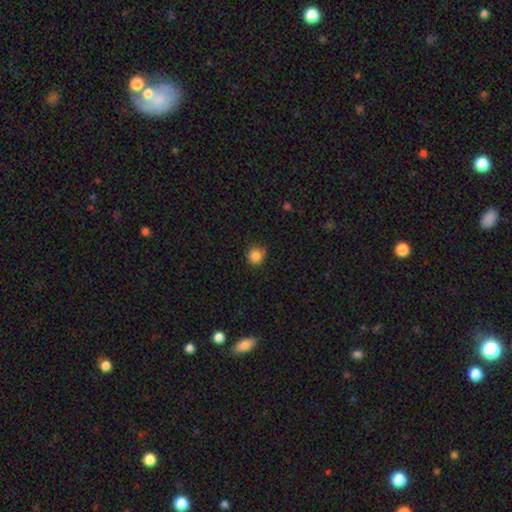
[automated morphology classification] Q: Smooth or featured?
A: smooth (85%); runner-up: star or artifact (11%)
Q: How rounded?
A: round (92%); runner-up: in between (7%)
Q: Merging?
A: none (79%); runner-up: minor disturbance (17%)